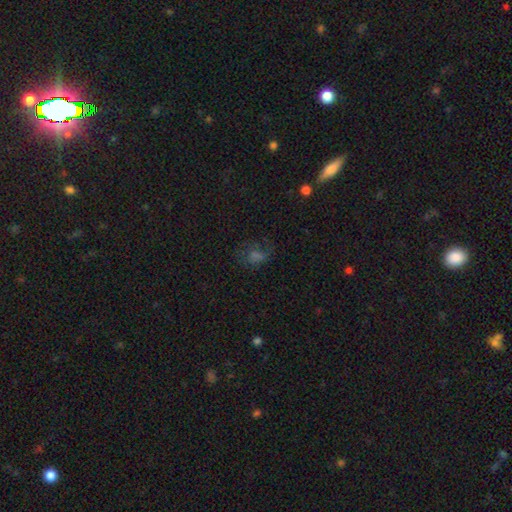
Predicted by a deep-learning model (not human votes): This appears to be a smooth galaxy with no disk features (43%). Merging: none (52%).